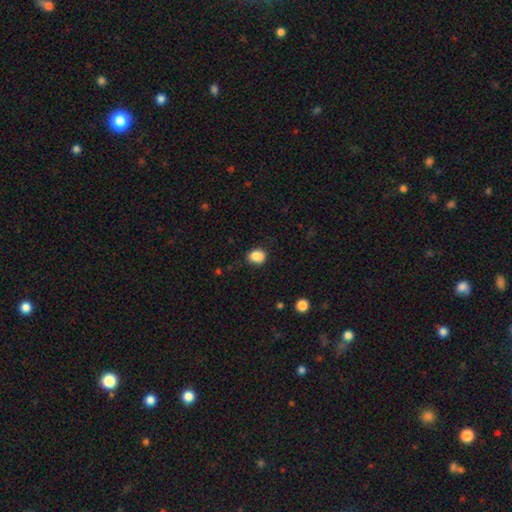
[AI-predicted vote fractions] Smooth or featured? smooth (86%)
How rounded? in between (52%)
Merging? none (71%)